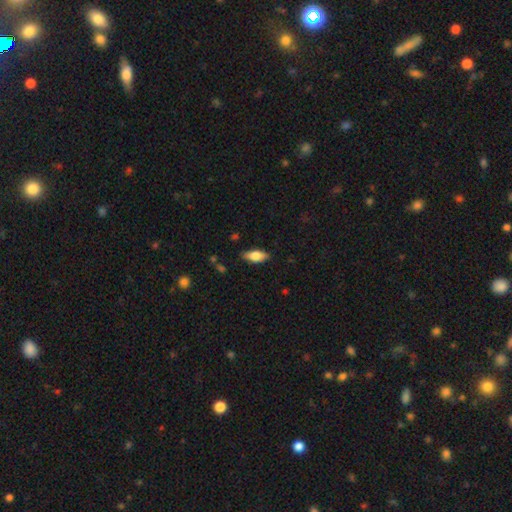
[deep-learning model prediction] smooth 70%, featured or disk 24%, star or artifact 6%. Down the decision tree: how rounded — in between (83%); merging — none (85%).